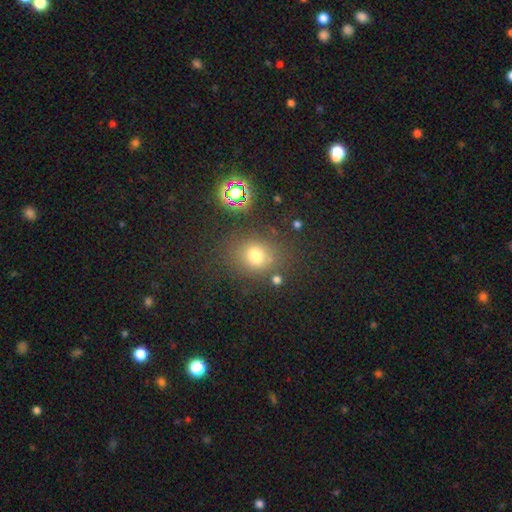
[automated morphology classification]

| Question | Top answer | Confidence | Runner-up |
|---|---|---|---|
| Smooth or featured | smooth | 72% | star or artifact (20%) |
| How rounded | round | 71% | in between (28%) |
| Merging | none | 76% | minor disturbance (12%) |